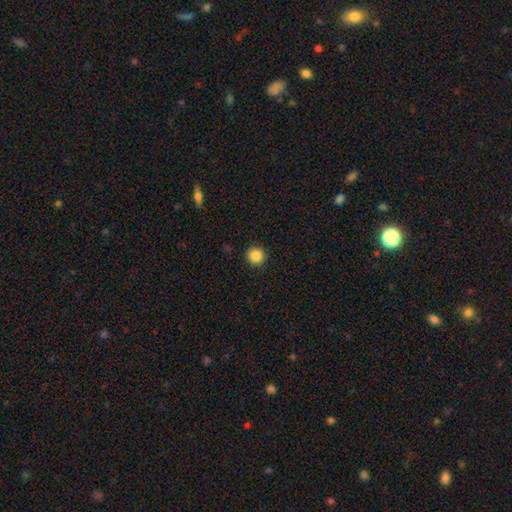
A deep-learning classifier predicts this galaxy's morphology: type=smooth (87%); roundness=round (95%); merging=none (93%).